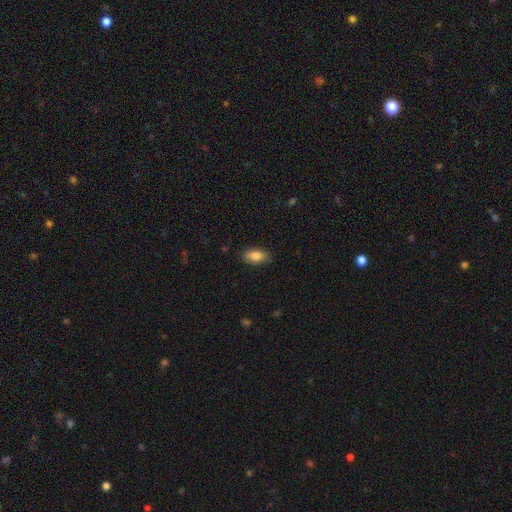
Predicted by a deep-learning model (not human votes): smooth-or-featured: smooth: 83% | featured or disk: 10% | star or artifact: 7%
  how-rounded: in between: 88% | cigar-shaped: 8% | round: 4%
  merging: none: 84% | minor disturbance: 12% | major disturbance: 3% | merger: 1%